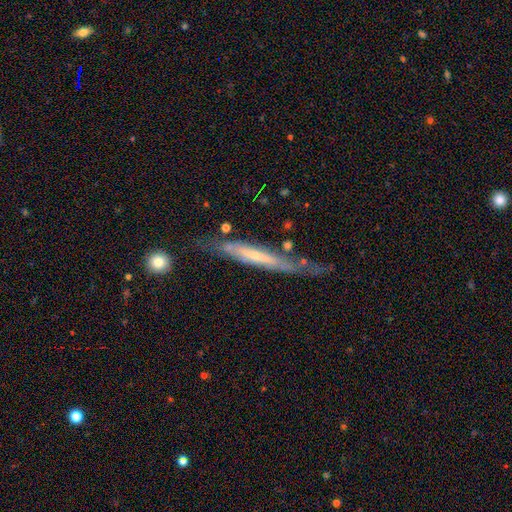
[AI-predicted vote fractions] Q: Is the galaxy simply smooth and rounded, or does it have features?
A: featured or disk — 62%.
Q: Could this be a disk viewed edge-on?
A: yes — 78%.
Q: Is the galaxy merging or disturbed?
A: none — 56%.